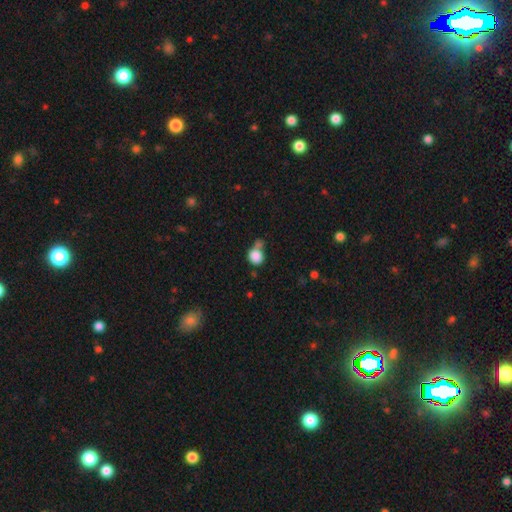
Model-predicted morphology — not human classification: Q: Smooth or featured?
A: smooth (85%); runner-up: star or artifact (9%)
Q: How rounded?
A: round (80%); runner-up: in between (19%)
Q: Merging?
A: none (46%); runner-up: merger (28%)